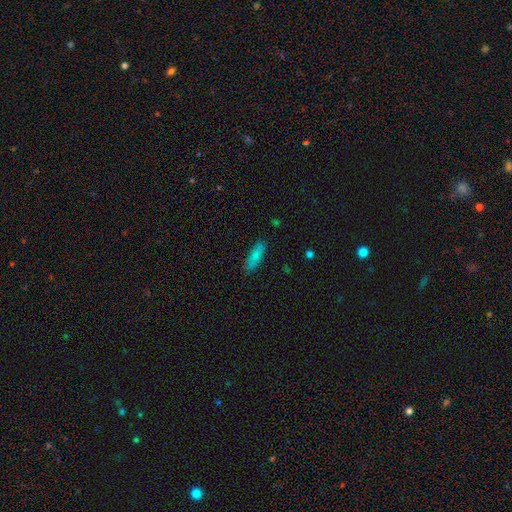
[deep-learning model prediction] Smooth or featured?
  - smooth: 76% *
  - featured or disk: 17%
  - star or artifact: 7%
How rounded?
  - in between: 54% *
  - cigar-shaped: 43%
  - round: 2%
Merging?
  - none: 82% *
  - minor disturbance: 14%
  - major disturbance: 3%
  - merger: 2%